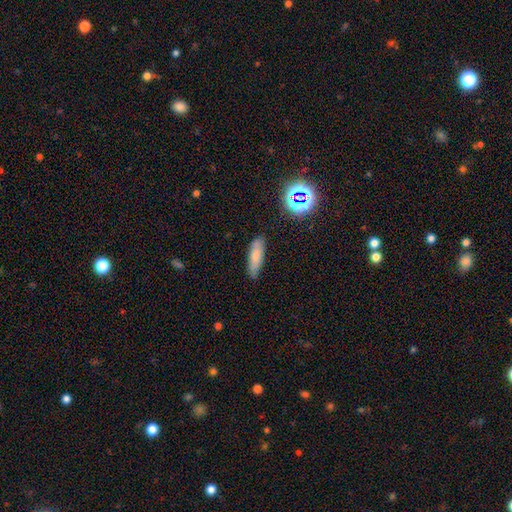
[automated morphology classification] smooth_or_featured: smooth (p=0.75) [alt: featured or disk p=0.16]
how_rounded: cigar-shaped (p=0.58) [alt: in between p=0.39]
merging: none (p=0.80) [alt: minor disturbance p=0.15]